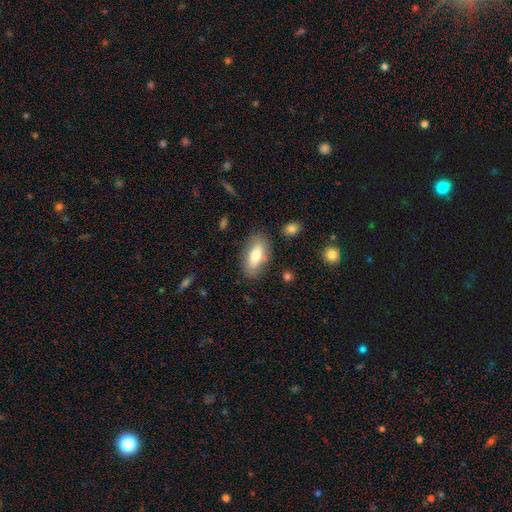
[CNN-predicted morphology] The model was most divided on "smooth or featured": smooth: 71%, featured or disk: 22%, star or artifact: 7%. More confident: how rounded — in between (85%); merging — none (82%).